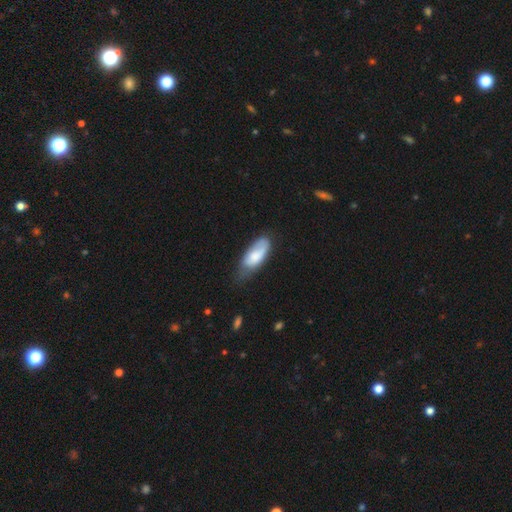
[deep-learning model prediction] Q: Smooth or featured?
A: smooth (69%); runner-up: featured or disk (25%)
Q: How rounded?
A: in between (82%); runner-up: cigar-shaped (16%)
Q: Merging?
A: minor disturbance (39%); tied with: none (39%)